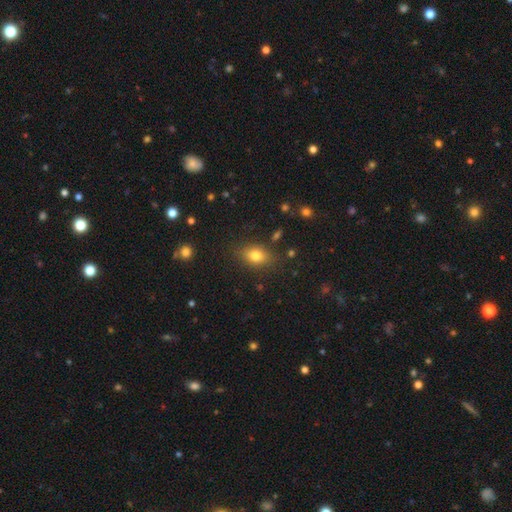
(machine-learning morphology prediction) Q: Smooth or featured?
A: smooth (78%); runner-up: star or artifact (12%)
Q: How rounded?
A: in between (73%); runner-up: round (24%)
Q: Merging?
A: none (82%); runner-up: minor disturbance (12%)